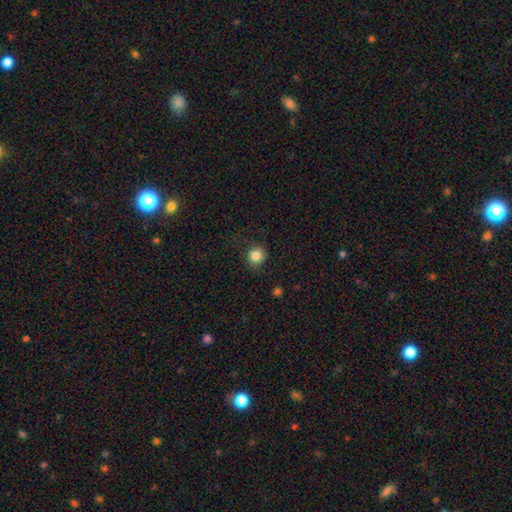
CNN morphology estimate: Q: Smooth or featured?
A: smooth (85%); runner-up: star or artifact (10%)
Q: How rounded?
A: round (91%); runner-up: in between (9%)
Q: Merging?
A: none (82%); runner-up: minor disturbance (12%)